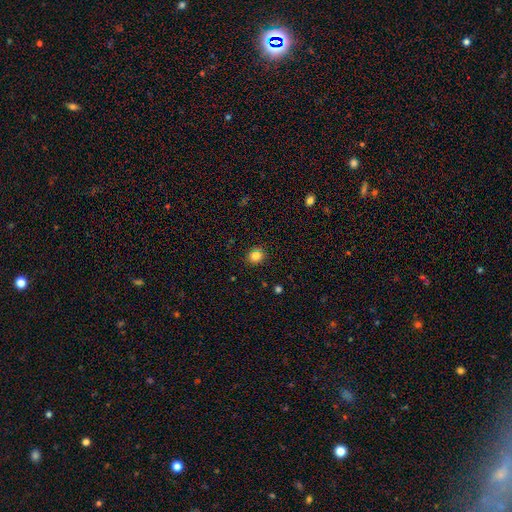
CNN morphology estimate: This appears to be a smooth galaxy with no disk features (83%) that is round (79%). Merging: none (88%).